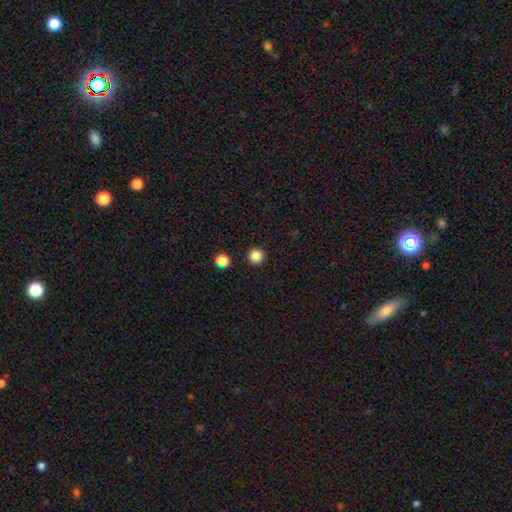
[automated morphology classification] type=smooth (86%); roundness=round (96%); merging=none (93%).